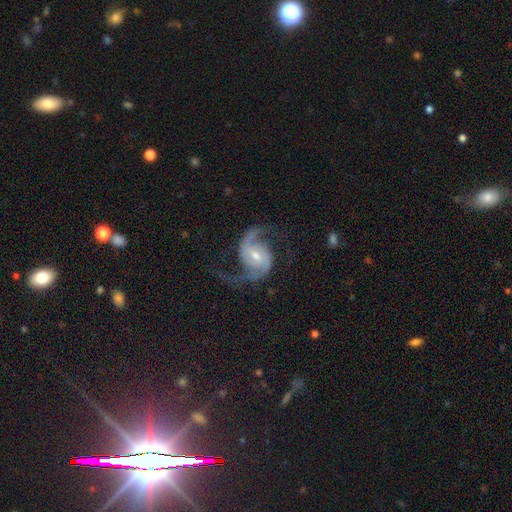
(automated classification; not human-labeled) featured or disk 91%, smooth 5%, star or artifact 4%. Down the decision tree: edge-on disk — no (98%); bar — weak (51%); spiral arms — yes (98%); spiral arm count — 2 (93%); spiral winding — loose (56%); bulge size — moderate (52%); merging — none (73%).